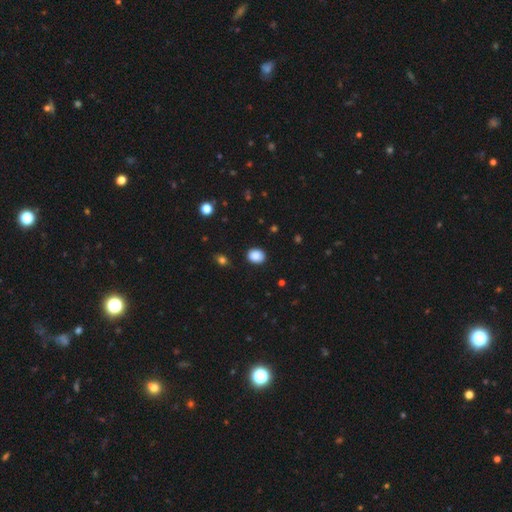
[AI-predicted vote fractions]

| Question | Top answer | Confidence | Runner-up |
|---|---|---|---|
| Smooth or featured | smooth | 88% | star or artifact (9%) |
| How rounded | round | 53% | in between (46%) |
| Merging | none | 87% | minor disturbance (10%) |